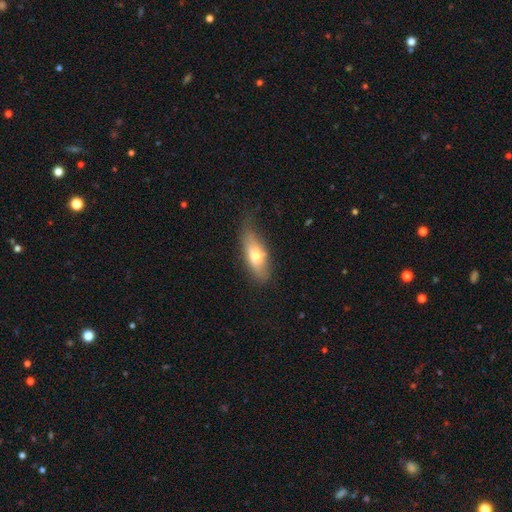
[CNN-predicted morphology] type=smooth (64%); roundness=in between (71%); merging=none (62%).